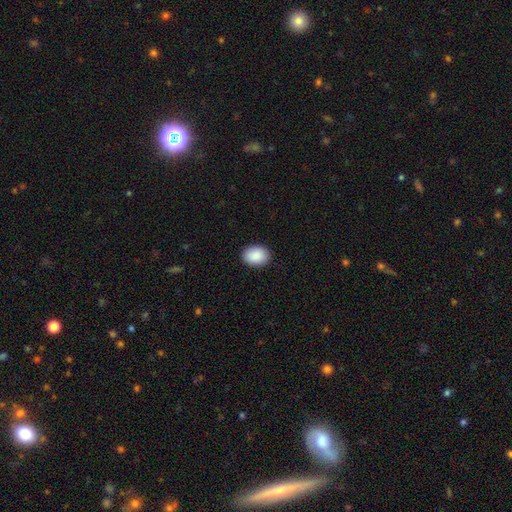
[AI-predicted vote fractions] This appears to be a smooth galaxy with no disk features (90%) that is in between round and cigar-shaped (69%). Merging: none (90%).